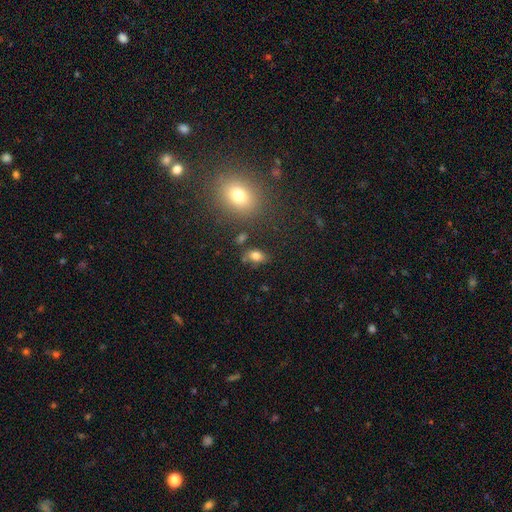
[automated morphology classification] A smooth galaxy with no disk features (78%) that is in between round and cigar-shaped (83%).

Vote fractions:
- Smooth or featured? smooth: 78% / star or artifact: 12% / featured or disk: 10%
- How rounded? in between: 83% / round: 14% / cigar-shaped: 3%
- Merging? none: 74% / minor disturbance: 14% / merger: 7% / major disturbance: 4%